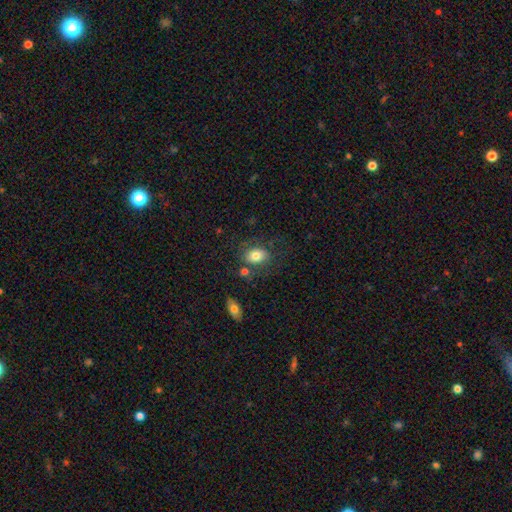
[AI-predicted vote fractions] smooth_or_featured: smooth (p=0.77) [alt: featured or disk p=0.15]
how_rounded: in between (p=0.70) [alt: round p=0.29]
merging: none (p=0.65) [alt: minor disturbance p=0.17]